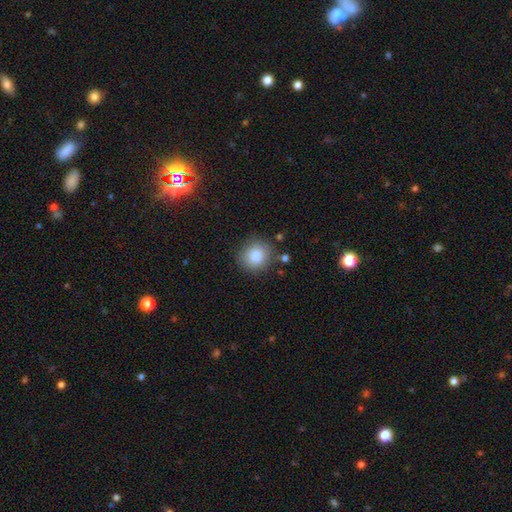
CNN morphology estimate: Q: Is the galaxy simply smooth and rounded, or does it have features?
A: smooth — 85%.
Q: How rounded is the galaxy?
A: round — 86%.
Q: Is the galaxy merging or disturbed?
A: none — 83%.